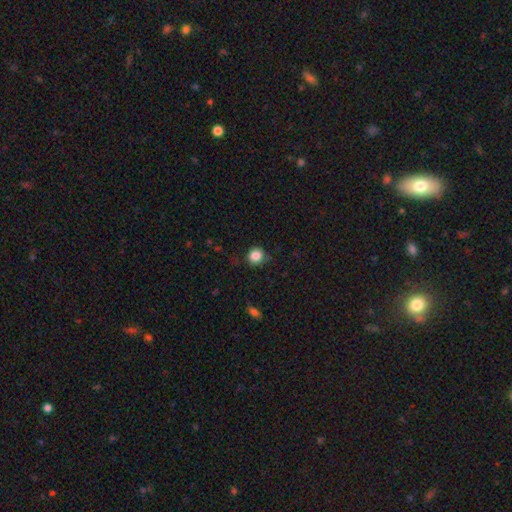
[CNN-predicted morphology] smooth-or-featured: smooth: 86% | star or artifact: 10% | featured or disk: 4%
  how-rounded: round: 85% | in between: 14% | cigar-shaped: 1%
  merging: none: 79% | minor disturbance: 16% | major disturbance: 4% | merger: 1%